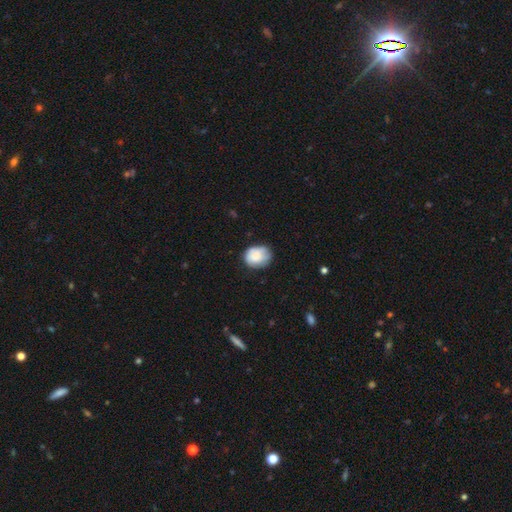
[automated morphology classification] Overall: smooth (75%). How rounded: round (50%; in between 49%). Merging: none (61%; minor disturbance 29%).